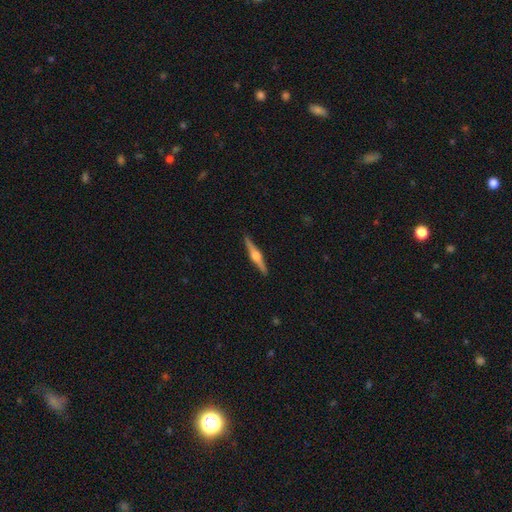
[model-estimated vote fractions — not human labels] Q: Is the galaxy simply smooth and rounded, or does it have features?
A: featured or disk — 79%.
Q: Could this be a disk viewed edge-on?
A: yes — 98%.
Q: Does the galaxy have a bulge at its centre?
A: rounded — 92%.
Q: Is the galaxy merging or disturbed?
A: none — 92%.